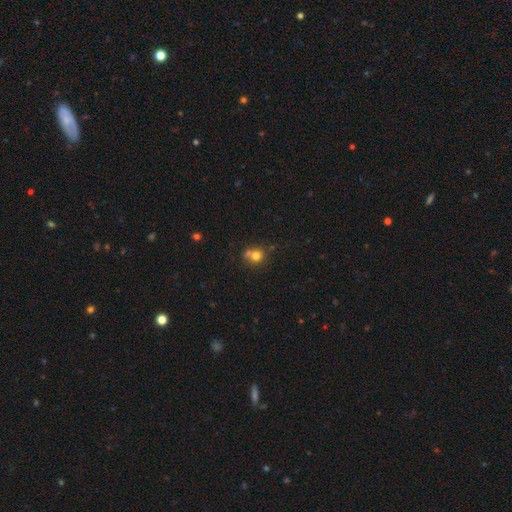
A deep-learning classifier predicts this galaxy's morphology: This is likely a smooth galaxy (75%). How rounded: clearly round (84%). Merging: possibly none (47%).